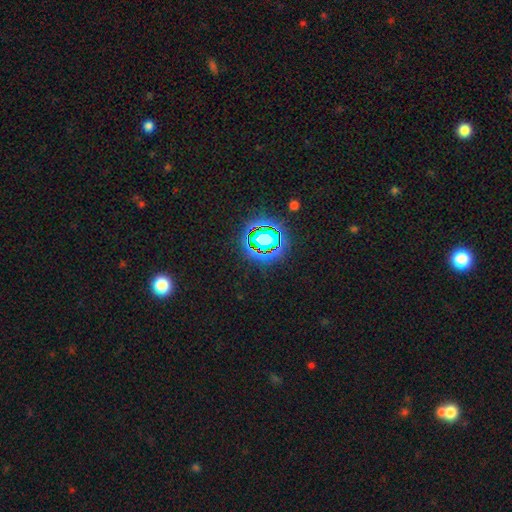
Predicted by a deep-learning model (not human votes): Q: Smooth or featured?
A: star or artifact (79%); runner-up: smooth (14%)